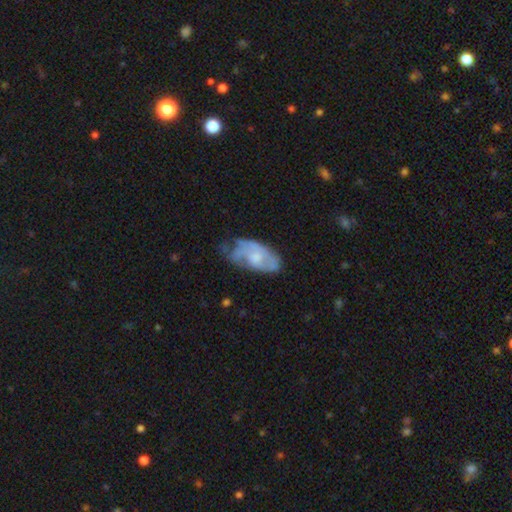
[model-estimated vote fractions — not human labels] smooth-or-featured: featured or disk: 60% | smooth: 34% | star or artifact: 6%
  disk-edge-on: no: 94% | yes: 6%
    bar: no: 74% | weak: 23% | strong: 3%
    has-spiral-arms: yes: 69% | no: 31%
    bulge-size: moderate: 50% | small: 32% | none: 11% | large: 6% | dominant: 1%
  merging: none: 45% | minor disturbance: 34% | major disturbance: 18% | merger: 3%